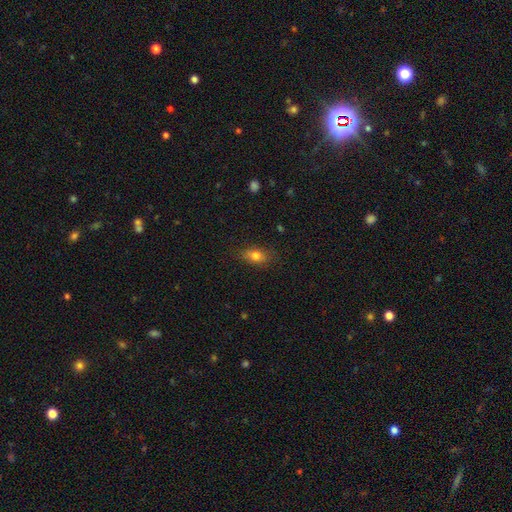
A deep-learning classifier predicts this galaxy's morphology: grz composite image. It shows a smooth galaxy with no disk features (78%) that is in between round and cigar-shaped (78%). Merging: none (79%).